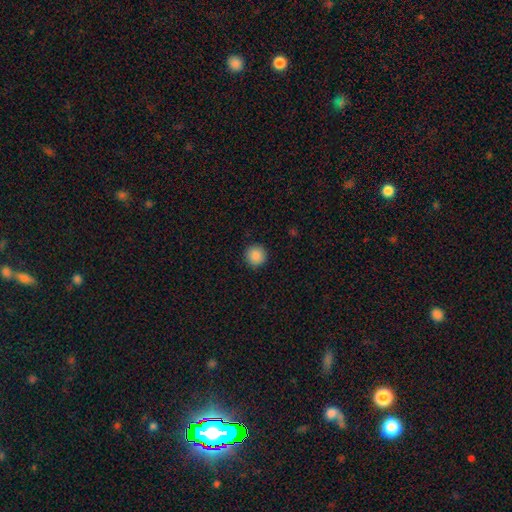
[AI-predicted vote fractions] Q: Smooth or featured?
A: smooth (88%); runner-up: star or artifact (9%)
Q: How rounded?
A: round (95%); runner-up: in between (4%)
Q: Merging?
A: none (92%); runner-up: minor disturbance (5%)